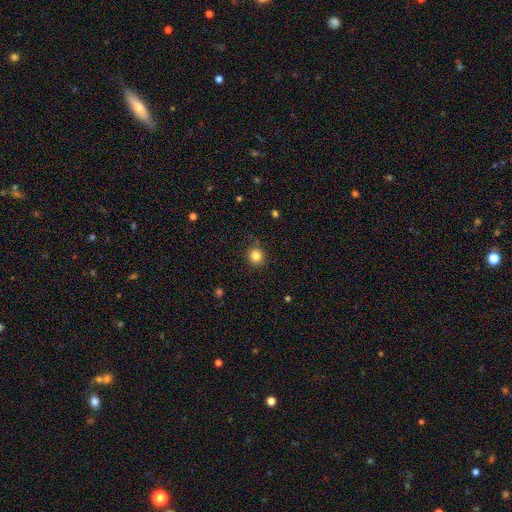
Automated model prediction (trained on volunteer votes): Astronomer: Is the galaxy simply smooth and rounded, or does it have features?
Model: smooth — 84%.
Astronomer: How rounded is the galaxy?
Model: round — 92%.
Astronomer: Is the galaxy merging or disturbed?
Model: none — 89%.